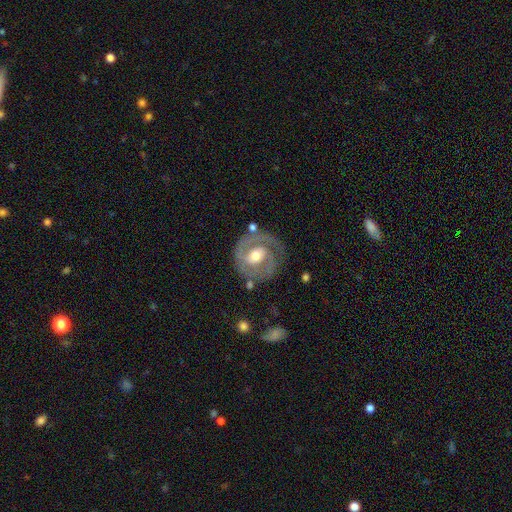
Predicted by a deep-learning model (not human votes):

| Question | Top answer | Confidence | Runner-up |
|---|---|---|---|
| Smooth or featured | featured or disk | 84% | smooth (11%) |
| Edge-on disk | no | 97% | yes (3%) |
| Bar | weak | 45% | no (36%) |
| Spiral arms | yes | 91% | no (9%) |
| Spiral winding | tight | 56% | medium (35%) |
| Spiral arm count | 2 | 72% | 1 (14%) |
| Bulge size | moderate | 72% | small (17%) |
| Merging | none | 74% | minor disturbance (15%) |